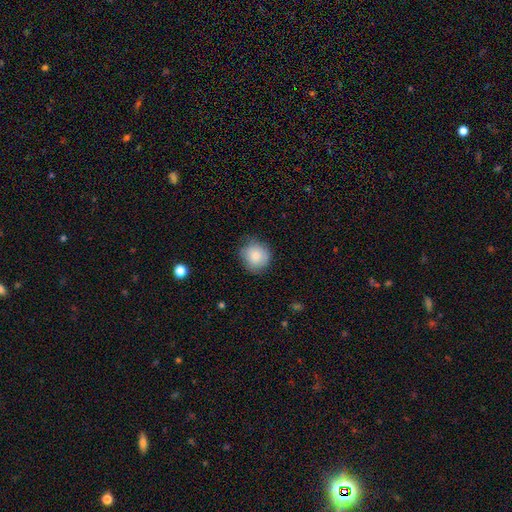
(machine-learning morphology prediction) type=smooth (82%); roundness=round (88%); merging=none (73%).